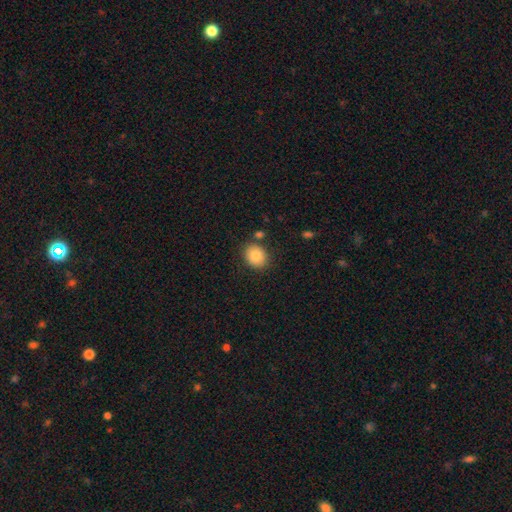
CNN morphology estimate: Smooth or featured? smooth (84%)
How rounded? round (63%)
Merging? none (81%)